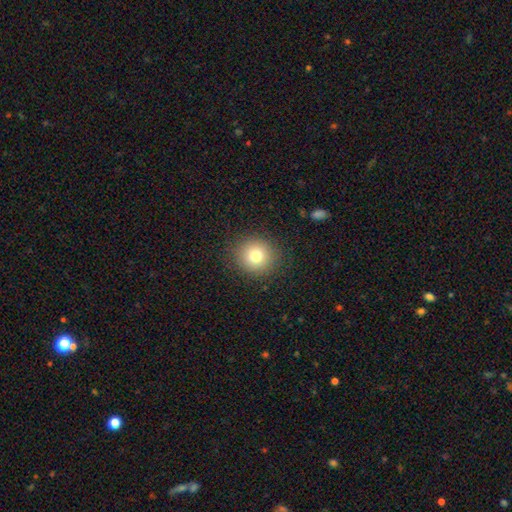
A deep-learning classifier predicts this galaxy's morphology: Overall: smooth (77%). How rounded: round (90%). Merging: none (89%).